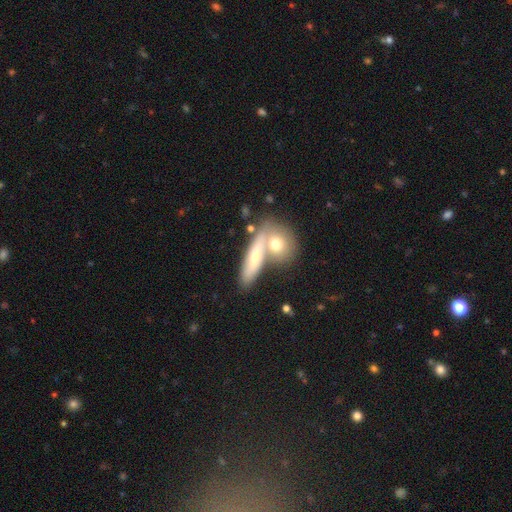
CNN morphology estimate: Smooth or featured? smooth (55%)
How rounded? cigar-shaped (52%)
Merging? merger (45%)